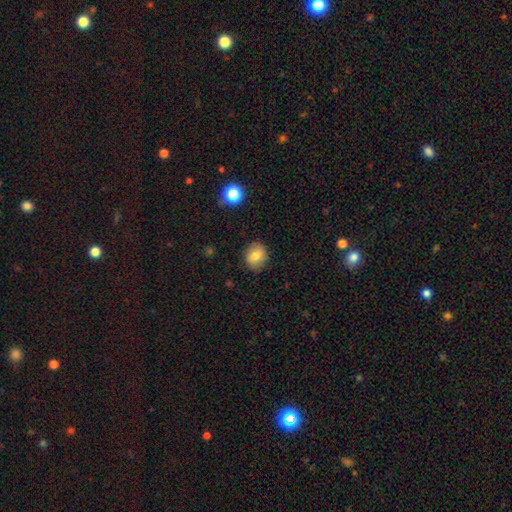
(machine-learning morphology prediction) A smooth galaxy with no disk features (77%) that is round (65%). Merging: none (85%).